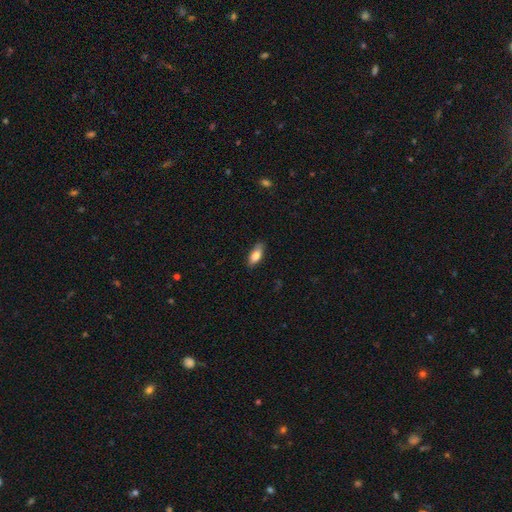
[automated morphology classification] smooth 79%, featured or disk 15%, star or artifact 7%. Down the decision tree: how rounded — in between (82%); merging — none (86%).